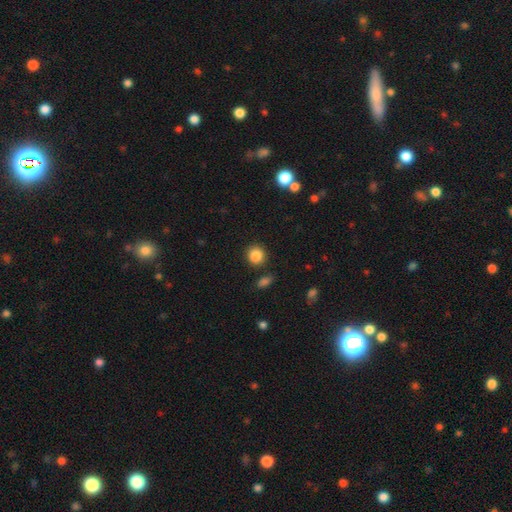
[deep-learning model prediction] smooth 86%, star or artifact 10%, featured or disk 4%. Down the decision tree: how rounded — round (88%); merging — none (86%).